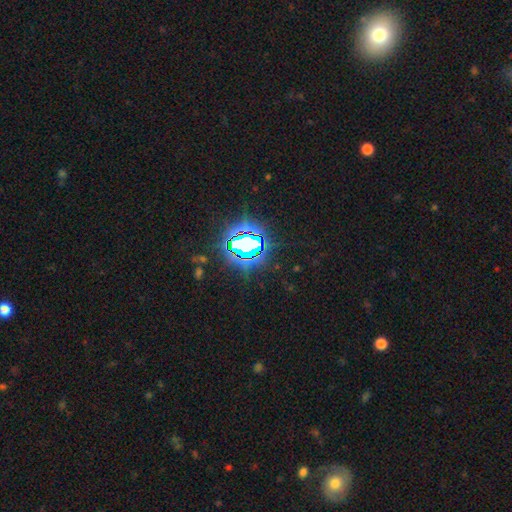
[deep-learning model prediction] Smooth or featured?
  - star or artifact: 79% *
  - smooth: 12%
  - featured or disk: 9%